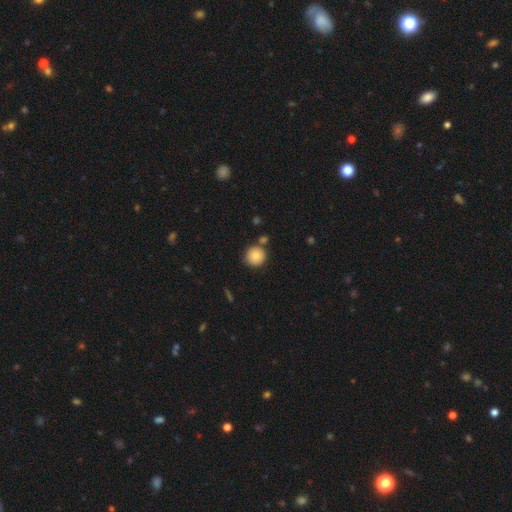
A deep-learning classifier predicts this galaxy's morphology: A smooth galaxy with no disk features (83%) that is round (95%). Merging: none (78%).